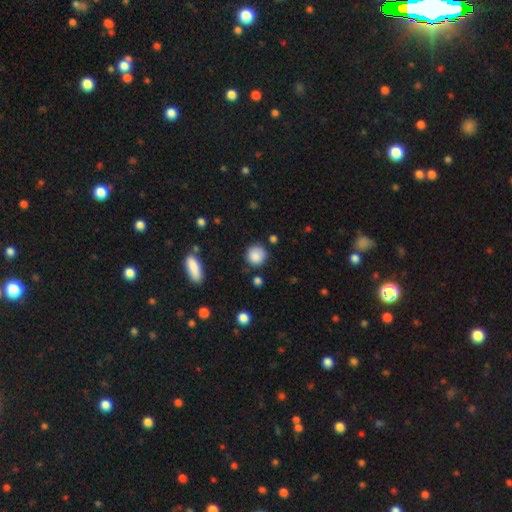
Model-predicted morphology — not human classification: A smooth galaxy with no disk features (87%) that is round (89%).

Vote fractions:
- Smooth or featured? smooth: 87% / star or artifact: 8% / featured or disk: 5%
- How rounded? round: 89% / in between: 10% / cigar-shaped: 1%
- Merging? none: 80% / minor disturbance: 14% / major disturbance: 4% / merger: 3%